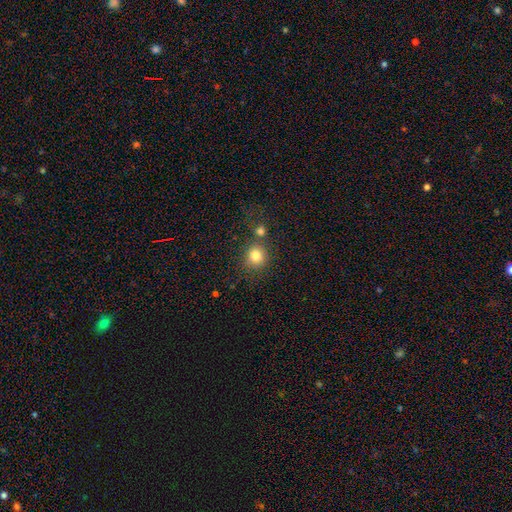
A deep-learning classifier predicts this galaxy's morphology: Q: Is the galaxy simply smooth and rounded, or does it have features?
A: smooth — 81%.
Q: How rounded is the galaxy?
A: round — 86%.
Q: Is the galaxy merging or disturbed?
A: none — 67%.